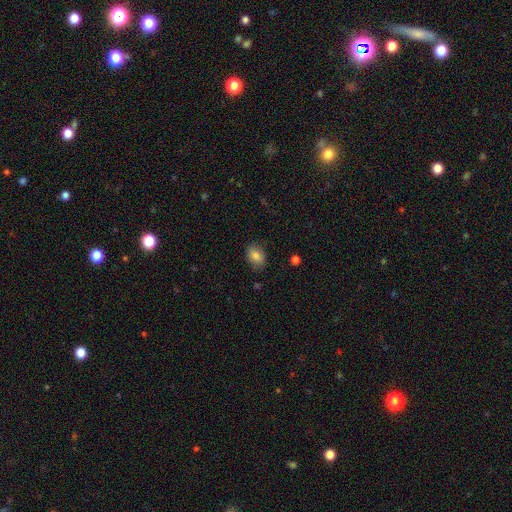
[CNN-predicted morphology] smooth-or-featured: smooth: 82% | featured or disk: 10% | star or artifact: 8%
  how-rounded: in between: 78% | round: 21% | cigar-shaped: 1%
  merging: none: 82% | minor disturbance: 14% | major disturbance: 3% | merger: 1%